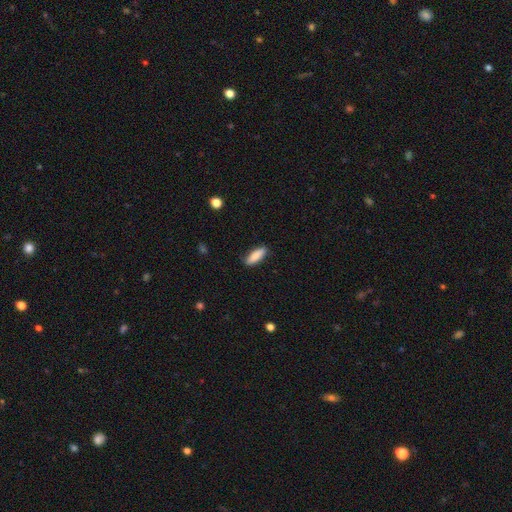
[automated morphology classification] Smooth or featured? smooth (86%)
How rounded? in between (56%)
Merging? none (85%)